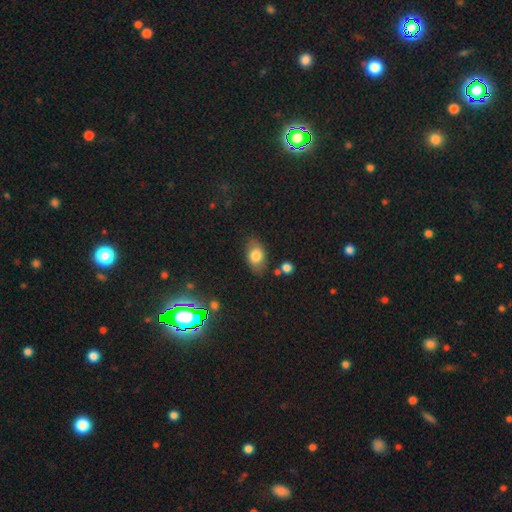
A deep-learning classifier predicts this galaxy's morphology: type=smooth (78%); roundness=in between (86%); merging=none (79%).